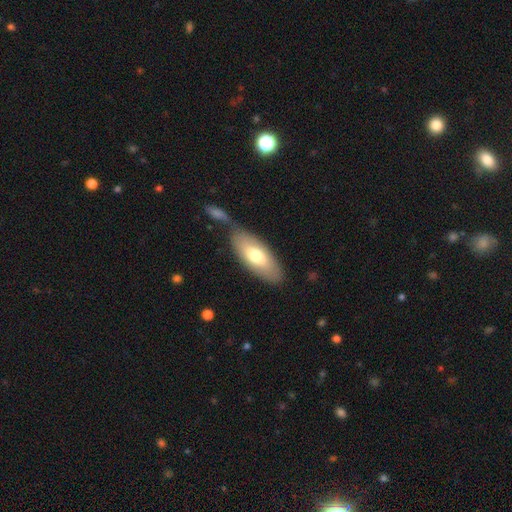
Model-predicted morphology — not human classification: A smooth galaxy with no disk features (70%) that is in between round and cigar-shaped (84%).

Vote fractions:
- Smooth or featured? smooth: 70% / featured or disk: 24% / star or artifact: 6%
- How rounded? in between: 84% / cigar-shaped: 14% / round: 2%
- Merging? none: 59% / merger: 21% / minor disturbance: 15% / major disturbance: 5%